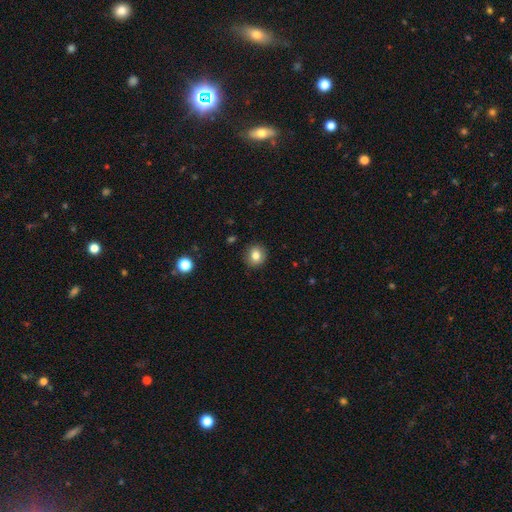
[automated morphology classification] This is clearly a smooth galaxy (82%). How rounded: clearly round (83%). Merging: clearly none (89%).